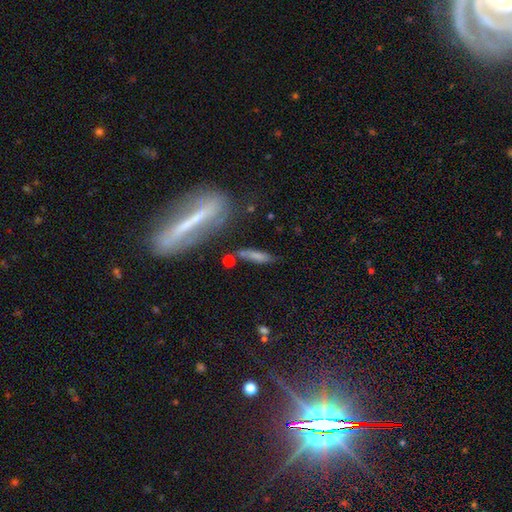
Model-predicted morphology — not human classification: Smooth or featured? smooth (64%)
How rounded? cigar-shaped (77%)
Merging? none (62%)